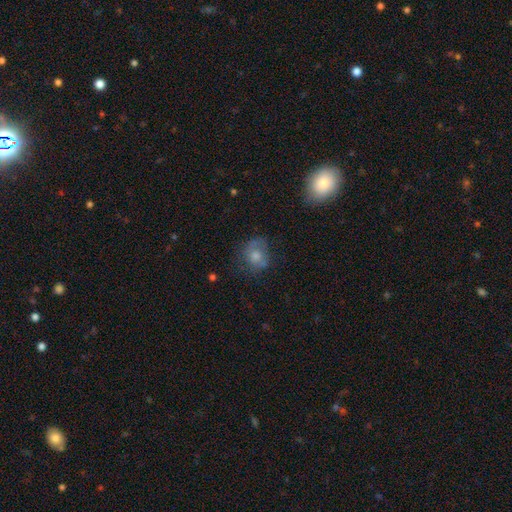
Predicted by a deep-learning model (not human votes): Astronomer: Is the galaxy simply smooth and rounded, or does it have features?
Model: smooth — 67%.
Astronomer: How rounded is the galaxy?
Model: round — 64%.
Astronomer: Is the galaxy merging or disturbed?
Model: none — 50% (runner-up: minor disturbance, 26%).